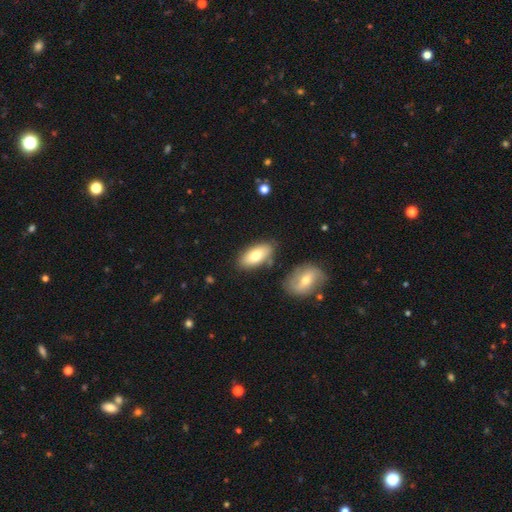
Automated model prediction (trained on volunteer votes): Overall: smooth (74%). How rounded: in between (90%). Merging: none (78%).